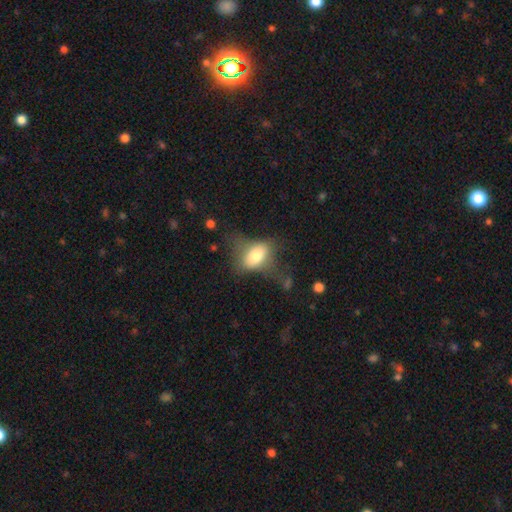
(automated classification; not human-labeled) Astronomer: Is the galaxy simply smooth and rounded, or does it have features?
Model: smooth — 68%.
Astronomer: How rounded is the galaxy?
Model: in between — 80%.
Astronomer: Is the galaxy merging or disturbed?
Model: none — 38% (runner-up: major disturbance, 32%).